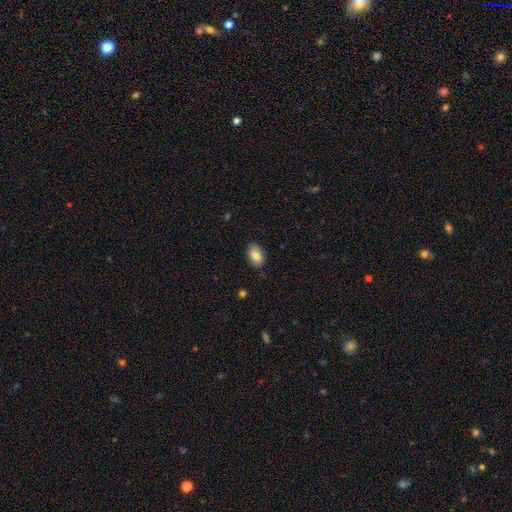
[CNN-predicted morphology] Smooth or featured?
  - smooth: 82% *
  - featured or disk: 11%
  - star or artifact: 7%
How rounded?
  - in between: 92% *
  - round: 6%
  - cigar-shaped: 2%
Merging?
  - none: 85% *
  - minor disturbance: 11%
  - major disturbance: 2%
  - merger: 1%